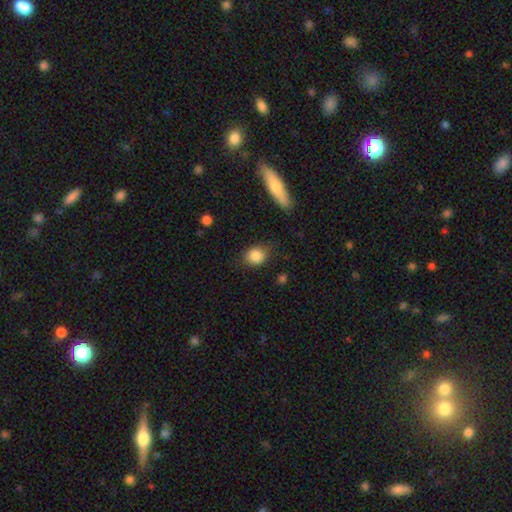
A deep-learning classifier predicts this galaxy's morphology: Overall: smooth (86%). How rounded: round (63%; in between 35%). Merging: none (80%).